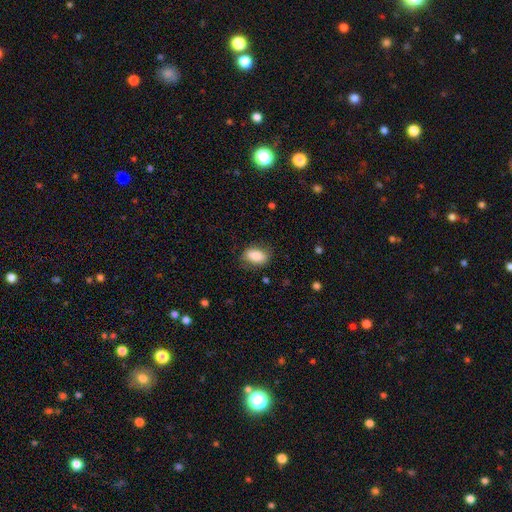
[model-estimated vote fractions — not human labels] The model was most divided on "merging": none: 78%, minor disturbance: 16%, major disturbance: 5%, merger: 1%. More confident: how rounded — in between (86%); smooth or featured — smooth (83%).